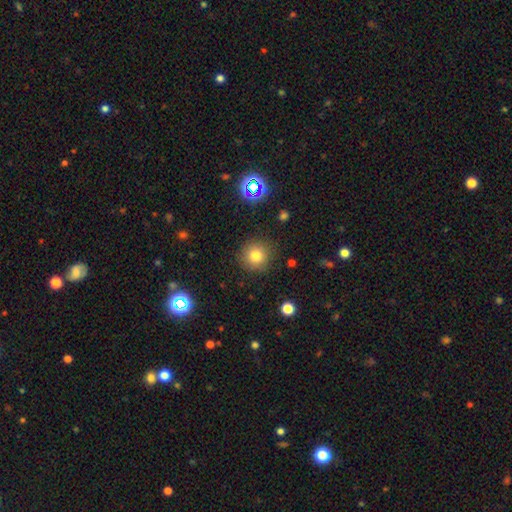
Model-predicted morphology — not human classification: smooth_or_featured: smooth (p=0.80) [alt: star or artifact p=0.13]
how_rounded: round (p=0.93) [alt: in between p=0.06]
merging: none (p=0.87) [alt: minor disturbance p=0.08]